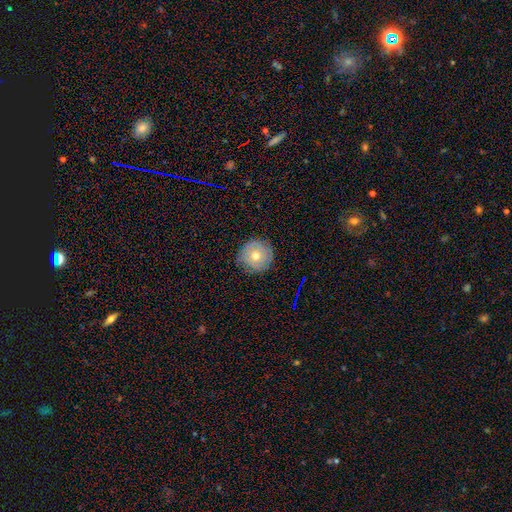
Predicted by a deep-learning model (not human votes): A smooth galaxy with no disk features (55%) that is round (95%). Merging: none (84%).